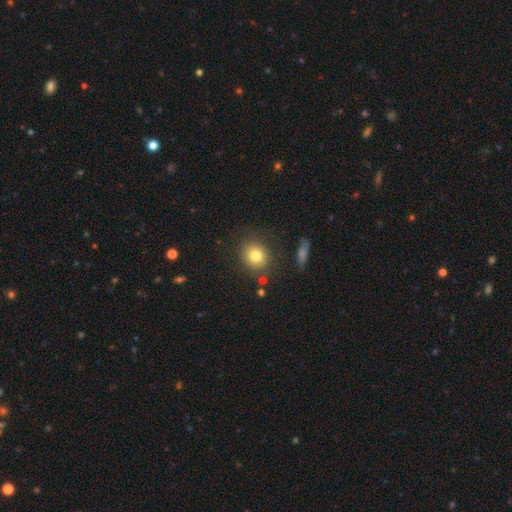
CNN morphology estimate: This is likely a smooth galaxy (79%). How rounded: clearly round (84%). Merging: clearly none (83%).